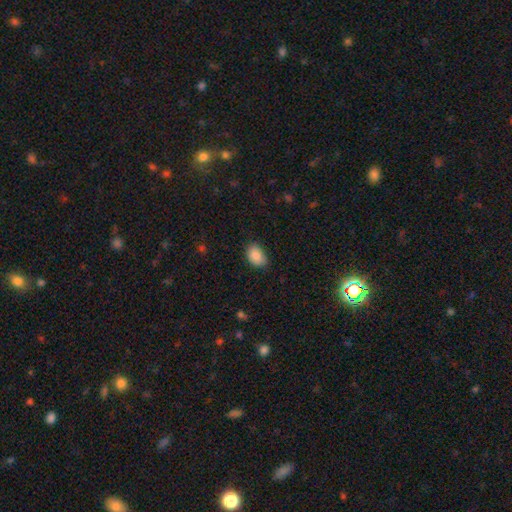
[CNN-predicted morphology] A smooth galaxy with no disk features (87%) that is in between round and cigar-shaped (83%).

Vote fractions:
- Smooth or featured? smooth: 87% / star or artifact: 8% / featured or disk: 5%
- How rounded? in between: 83% / round: 16% / cigar-shaped: 1%
- Merging? none: 78% / minor disturbance: 18% / major disturbance: 3% / merger: 1%